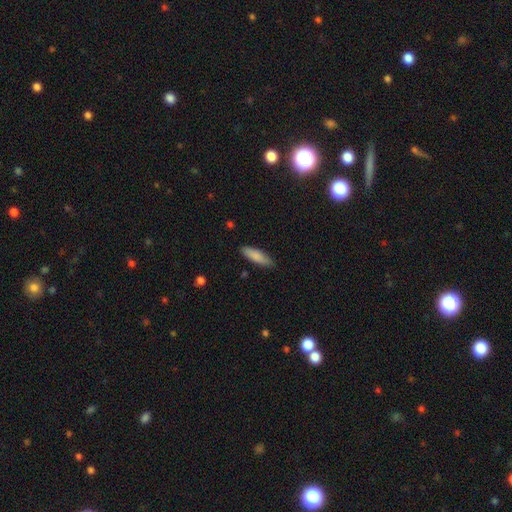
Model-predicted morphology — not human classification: smooth_or_featured: smooth (p=0.85) [alt: featured or disk p=0.09]
how_rounded: cigar-shaped (p=0.54) [alt: in between p=0.45]
merging: none (p=0.87) [alt: minor disturbance p=0.10]